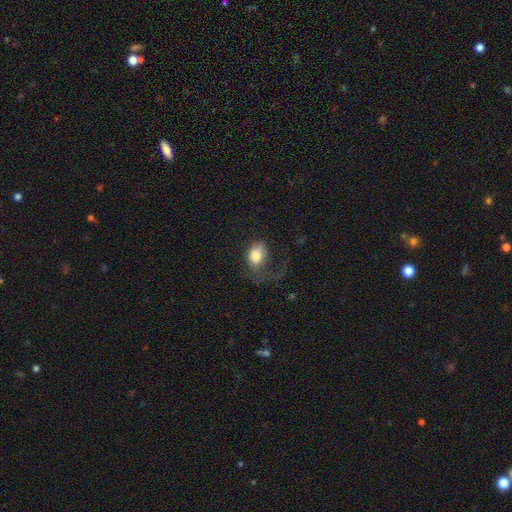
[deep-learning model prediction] Smooth or featured?
  - smooth: 74% *
  - featured or disk: 18%
  - star or artifact: 8%
How rounded?
  - in between: 67% *
  - round: 31%
  - cigar-shaped: 1%
Merging?
  - major disturbance: 52% *
  - none: 25%
  - minor disturbance: 20%
  - merger: 3%